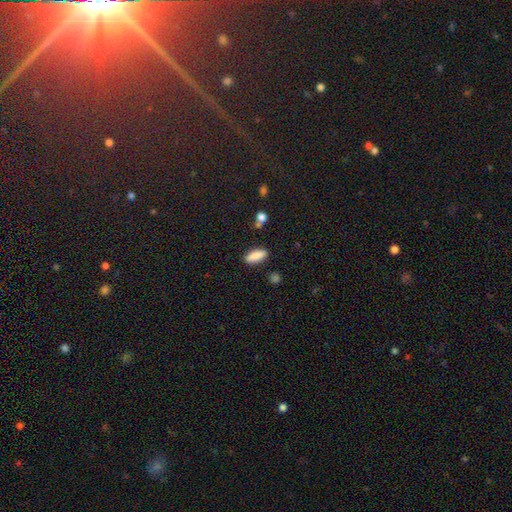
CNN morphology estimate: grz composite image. It shows a smooth galaxy with no disk features (88%) that is in between round and cigar-shaped (72%). Merging: none (85%).